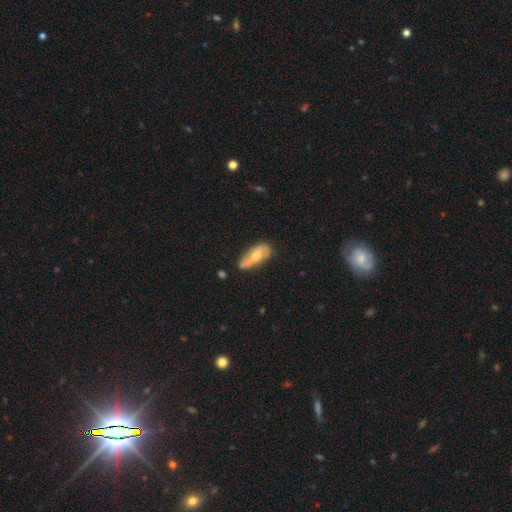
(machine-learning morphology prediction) Smooth or featured? smooth (47%)
Merging? none (54%)